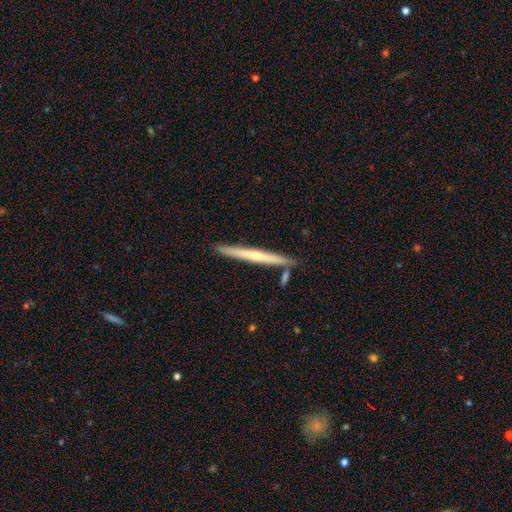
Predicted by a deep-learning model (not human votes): Smooth or featured: featured or disk — 54% (smooth — 41%)
Edge-on disk: yes — 97% (no — 3%)
Edge-on bulge: rounded — 53% (none — 44%)
Merging: none — 86% (minor disturbance — 8%)